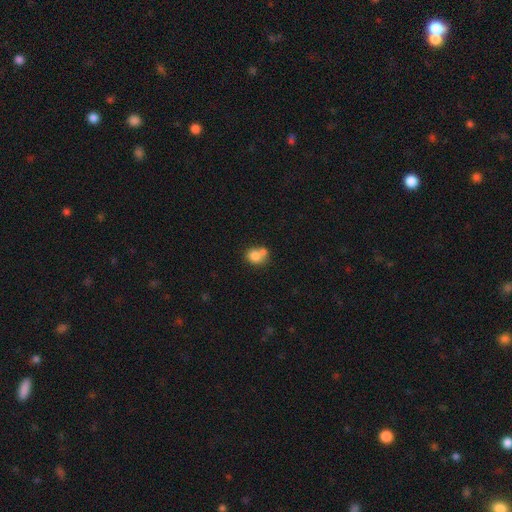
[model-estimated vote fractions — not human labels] Smooth or featured? Predicted: smooth (p=0.78). How rounded? Predicted: round (p=0.68). Merging? Predicted: merger (p=0.47).